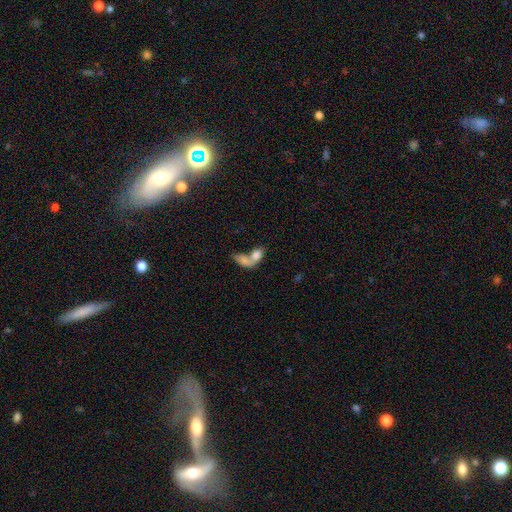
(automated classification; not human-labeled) Morphology: type=smooth (76%); roundness=in between (82%); merging=merger (71%).